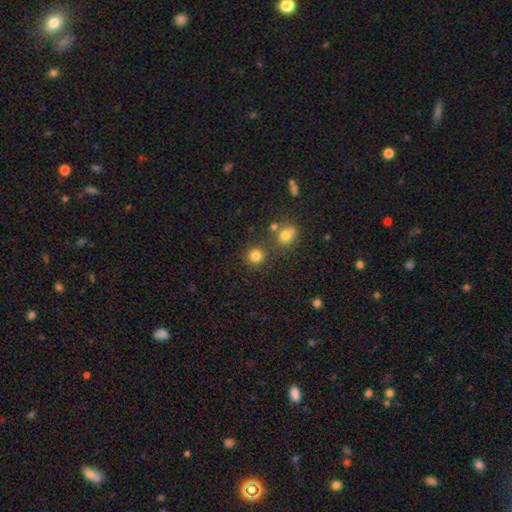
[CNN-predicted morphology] smooth-or-featured: smooth: 81% | star or artifact: 14% | featured or disk: 5%
  how-rounded: round: 92% | in between: 7% | cigar-shaped: 1%
  merging: none: 78% | merger: 11% | minor disturbance: 8% | major disturbance: 3%